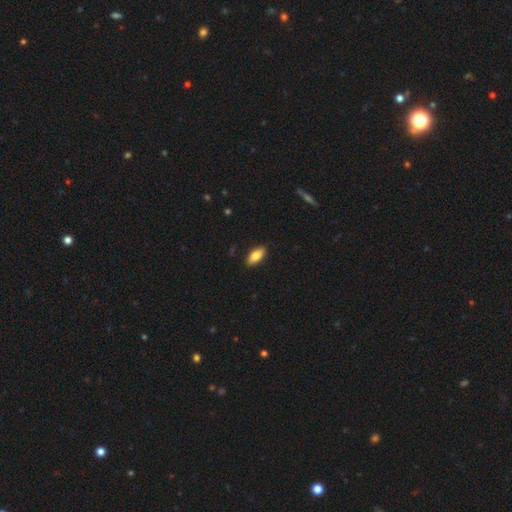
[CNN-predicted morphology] Q: Smooth or featured?
A: smooth (80%); runner-up: featured or disk (13%)
Q: How rounded?
A: in between (85%); runner-up: cigar-shaped (12%)
Q: Merging?
A: none (89%); runner-up: minor disturbance (8%)